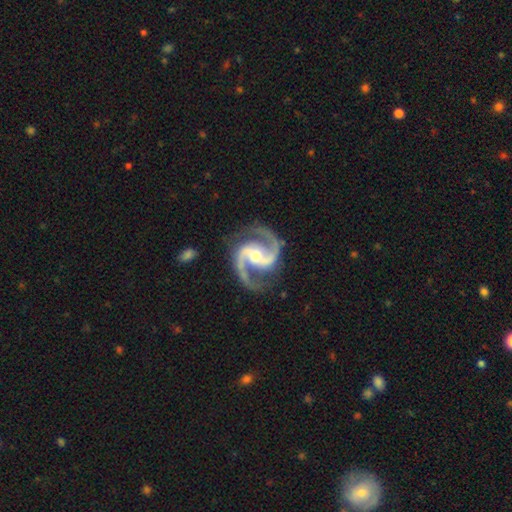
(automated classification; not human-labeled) smooth-or-featured: featured or disk: 95% | star or artifact: 3% | smooth: 2%
  disk-edge-on: no: 98% | yes: 2%
    bar: weak: 43% | strong: 29% | no: 29%
    has-spiral-arms: yes: 99% | no: 1%
      spiral-winding: medium: 71% | tight: 16% | loose: 13%
      spiral-arm-count: 2: 94% | 3: 2% | can't tell: 1% | 1: 1% | 4: 1% | more than 4: 1%
    bulge-size: moderate: 60% | small: 31% | large: 5% | none: 3% | dominant: 1%
  merging: none: 82% | minor disturbance: 12% | major disturbance: 4% | merger: 1%